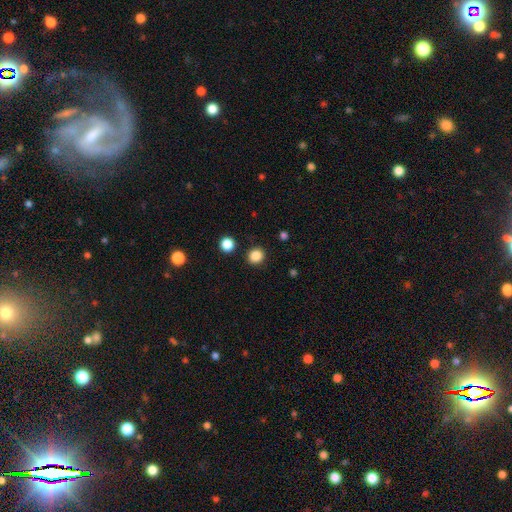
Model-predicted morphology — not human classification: Smooth or featured? smooth (86%)
How rounded? round (89%)
Merging? none (90%)